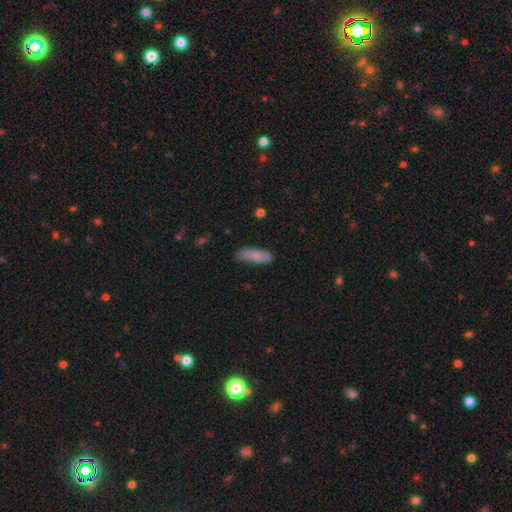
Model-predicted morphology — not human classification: Smooth or featured?
  - smooth: 81% *
  - featured or disk: 12%
  - star or artifact: 7%
How rounded?
  - in between: 54% *
  - cigar-shaped: 44%
  - round: 2%
Merging?
  - none: 73% *
  - minor disturbance: 21%
  - major disturbance: 5%
  - merger: 2%